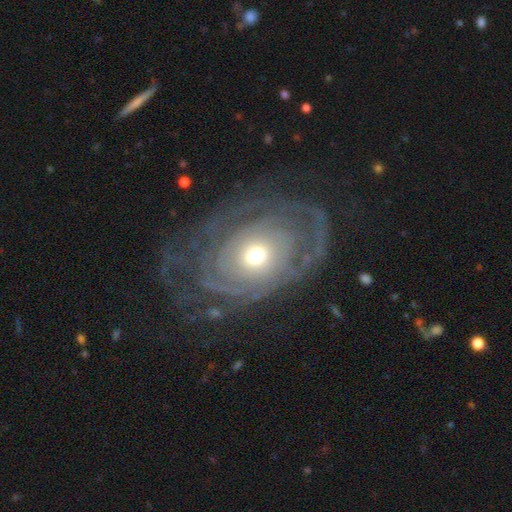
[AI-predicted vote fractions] smooth-or-featured: featured or disk: 83% | smooth: 11% | star or artifact: 7%
  disk-edge-on: no: 96% | yes: 4%
    bar: no: 81% | weak: 14% | strong: 5%
    has-spiral-arms: yes: 88% | no: 12%
      spiral-winding: tight: 67% | medium: 22% | loose: 11%
      spiral-arm-count: can't tell: 38% | 2: 23% | 3: 13% | 4: 9% | more than 4: 9% | 1: 8%
    bulge-size: moderate: 56% | small: 35% | large: 6% | dominant: 1% | none: 1%
  merging: none: 64% | major disturbance: 18% | minor disturbance: 16% | merger: 2%